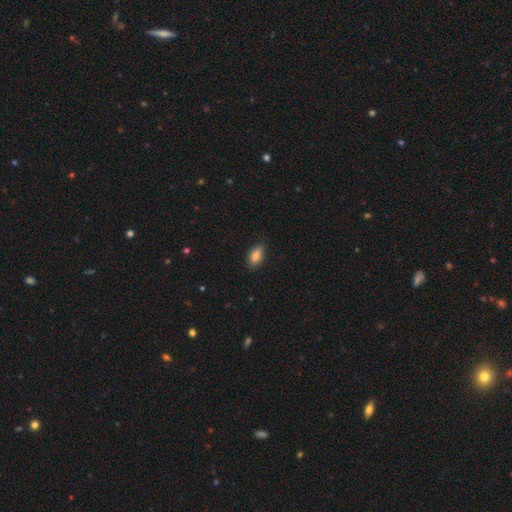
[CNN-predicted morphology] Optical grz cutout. It shows a smooth galaxy with no disk features (84%) that is in between round and cigar-shaped (87%). Merging: none (81%).